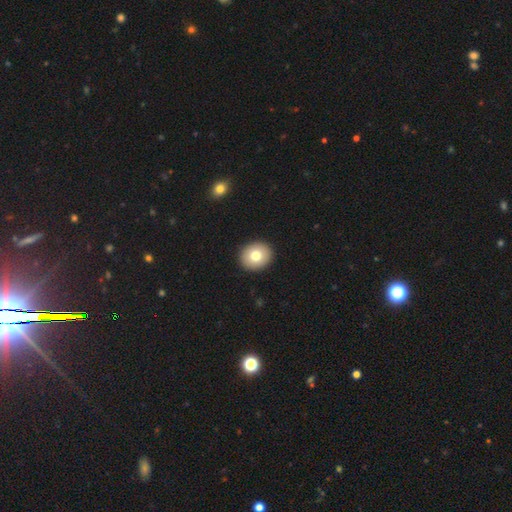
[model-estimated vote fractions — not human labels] A smooth galaxy with no disk features (77%) that is round (75%). Merging: none (93%).